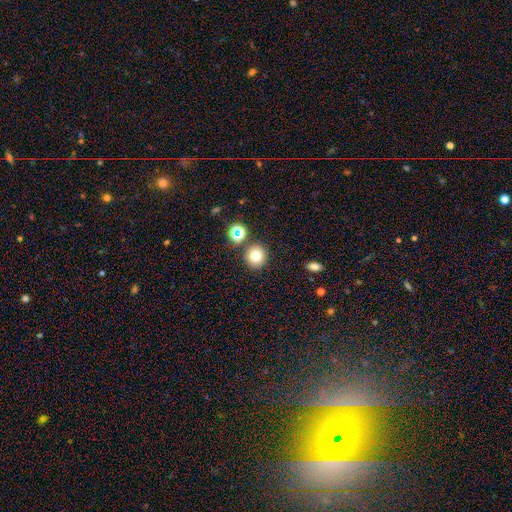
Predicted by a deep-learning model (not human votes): This appears to be a smooth galaxy with no disk features (76%) that is round (91%). Merging: none (84%).